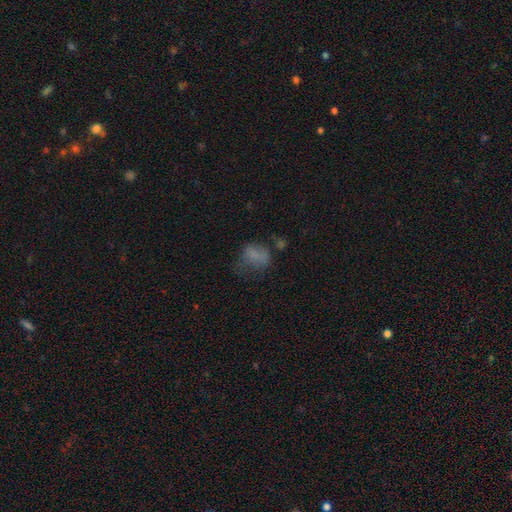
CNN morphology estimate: Smooth or featured?
  - smooth: 67% *
  - featured or disk: 17%
  - star or artifact: 16%
How rounded?
  - in between: 71% *
  - round: 27%
  - cigar-shaped: 2%
Merging?
  - none: 34% *
  - major disturbance: 32%
  - minor disturbance: 27%
  - merger: 7%